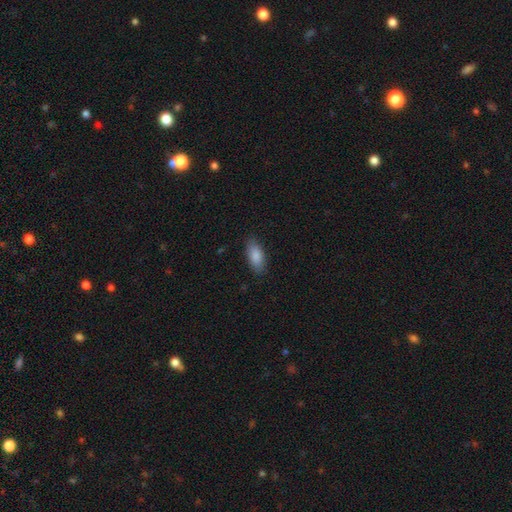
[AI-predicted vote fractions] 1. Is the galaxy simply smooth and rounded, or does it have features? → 87% smooth, 7% featured or disk, 6% star or artifact.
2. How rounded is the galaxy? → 87% in between, 11% cigar-shaped, 2% round.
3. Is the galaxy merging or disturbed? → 85% none, 12% minor disturbance, 3% major disturbance, 1% merger.